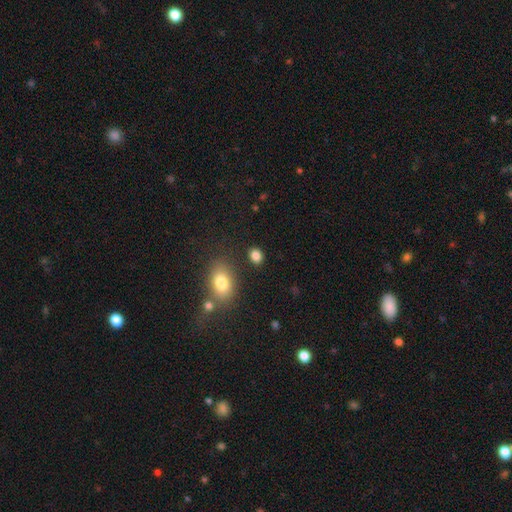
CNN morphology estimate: Smooth or featured? smooth (85%)
How rounded? in between (57%)
Merging? none (83%)